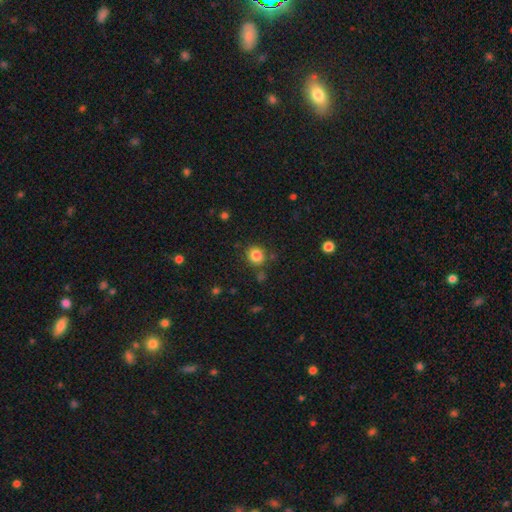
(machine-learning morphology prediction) Smooth or featured?
  - smooth: 84% *
  - star or artifact: 11%
  - featured or disk: 5%
How rounded?
  - round: 79% *
  - in between: 20%
  - cigar-shaped: 1%
Merging?
  - none: 80% *
  - minor disturbance: 11%
  - merger: 5%
  - major disturbance: 4%